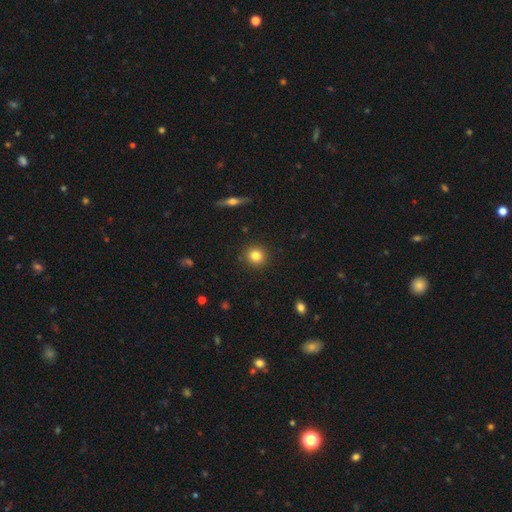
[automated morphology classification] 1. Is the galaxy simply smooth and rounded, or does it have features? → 82% smooth, 10% star or artifact, 8% featured or disk.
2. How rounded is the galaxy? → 91% round, 8% in between, 1% cigar-shaped.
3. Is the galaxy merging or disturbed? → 91% none, 6% minor disturbance, 2% major disturbance, 1% merger.